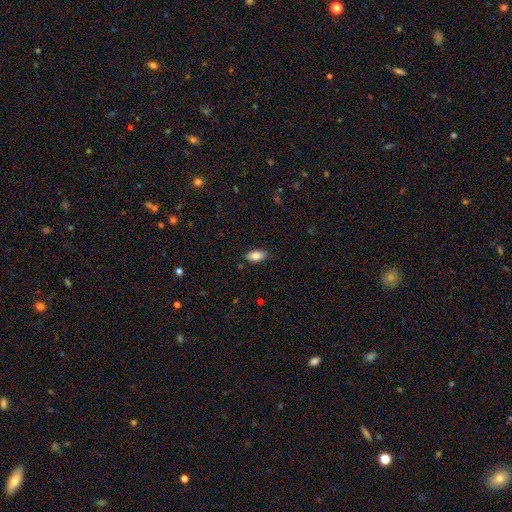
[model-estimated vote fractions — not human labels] Morphology: type=smooth (84%); roundness=in between (91%); merging=none (87%).